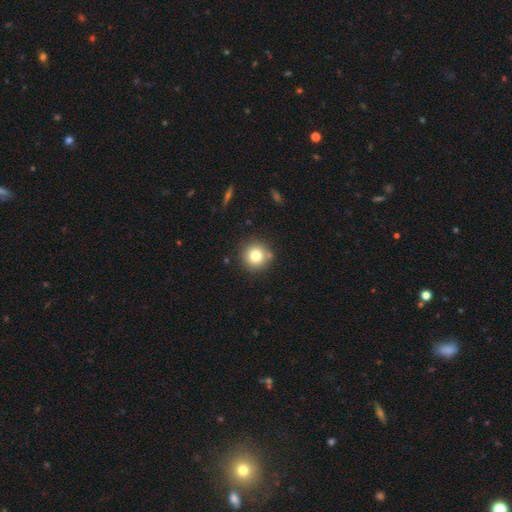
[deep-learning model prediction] Q: Smooth or featured?
A: smooth (78%); runner-up: star or artifact (12%)
Q: How rounded?
A: round (94%); runner-up: in between (5%)
Q: Merging?
A: none (83%); runner-up: minor disturbance (9%)